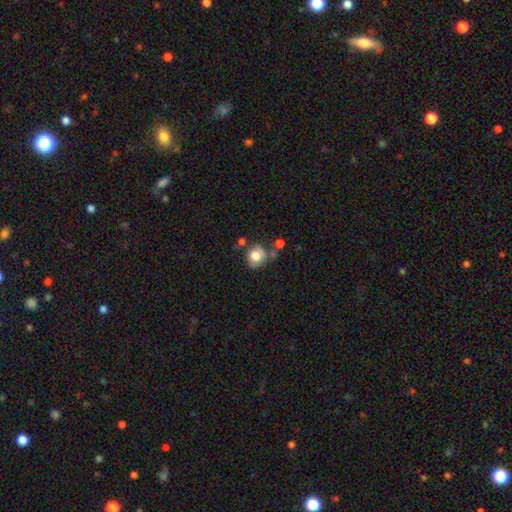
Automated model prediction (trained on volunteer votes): Overall: smooth (78%). How rounded: round (78%). Merging: none (60%).